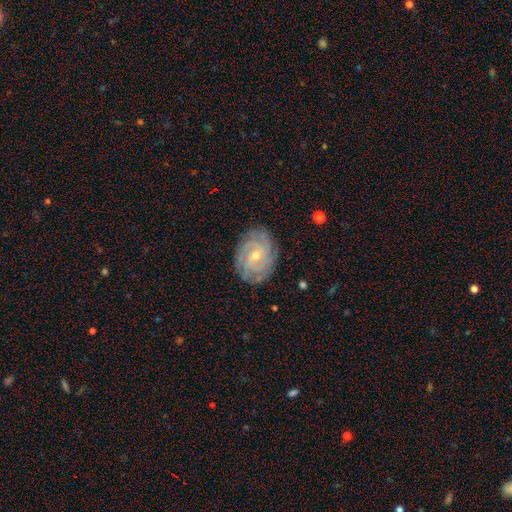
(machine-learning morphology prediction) This appears to be a featured or disk galaxy (84%) with no bar (60%), tight (76%) spiral arms (97%) and a small central bulge (60%). Merging: none (84%).